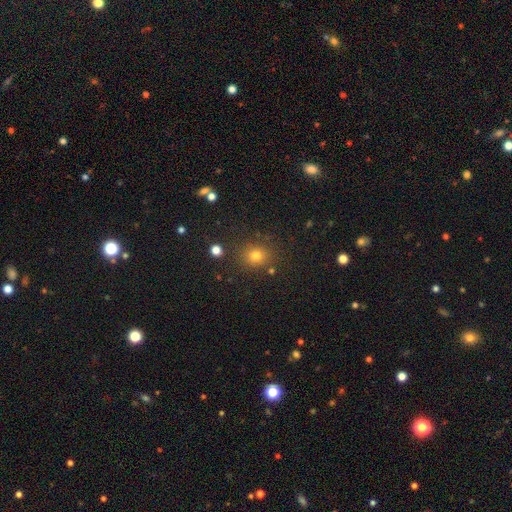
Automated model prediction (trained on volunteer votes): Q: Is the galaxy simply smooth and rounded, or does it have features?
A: smooth — 76%.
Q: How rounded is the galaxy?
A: round — 78%.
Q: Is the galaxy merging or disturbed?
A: none — 83%.